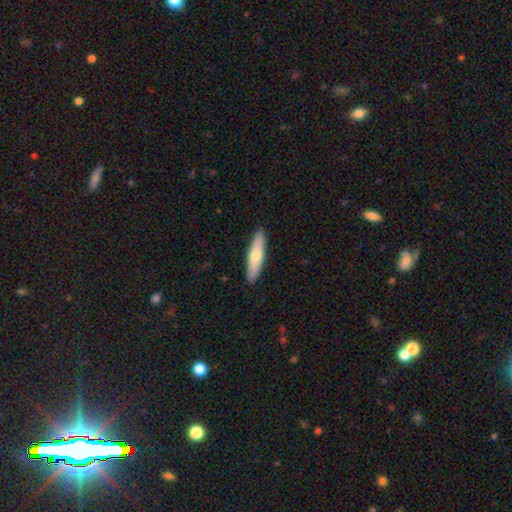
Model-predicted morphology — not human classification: A smooth galaxy with no disk features (65%) that is cigar-shaped (77%).

Vote fractions:
- Smooth or featured? smooth: 65% / featured or disk: 30% / star or artifact: 5%
- How rounded? cigar-shaped: 77% / in between: 21% / round: 2%
- Merging? none: 91% / minor disturbance: 7% / major disturbance: 1% / merger: 1%